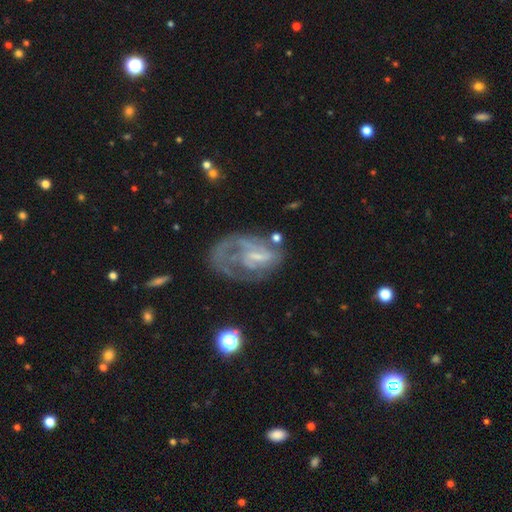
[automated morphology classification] This is likely a featured or disk galaxy (75%). It is clearly not viewed edge-on (97%). Bar: possibly weak (47%). Spiral arm pattern: likely yes (75%). Spiral arm count: marginally 1 (43%). Spiral winding: marginally medium (38%). Central bulge: marginally small (43%). Merging: marginally major disturbance (38%).